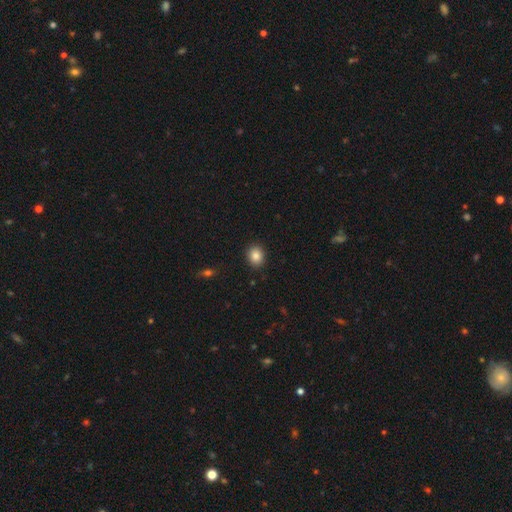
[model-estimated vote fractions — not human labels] A smooth galaxy with no disk features (85%) that is round (64%).

Vote fractions:
- Smooth or featured? smooth: 85% / star or artifact: 9% / featured or disk: 6%
- How rounded? round: 64% / in between: 35% / cigar-shaped: 1%
- Merging? none: 91% / minor disturbance: 6% / major disturbance: 2% / merger: 1%